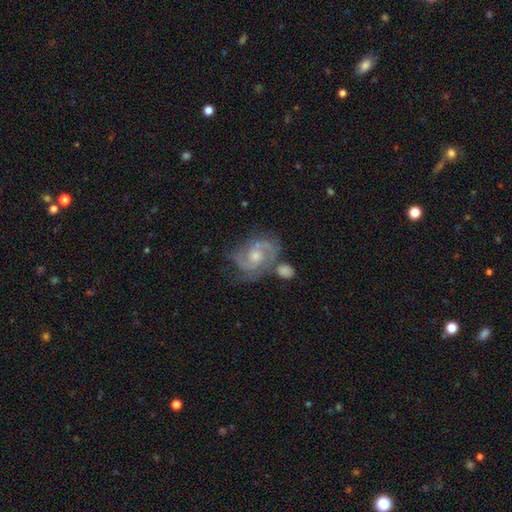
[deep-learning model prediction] featured or disk 87%, star or artifact 7%, smooth 7%. Down the decision tree: edge-on disk — no (98%); bar — no (60%); spiral arms — yes (97%); spiral arm count — 2 (70%); spiral winding — medium (47%); bulge size — moderate (62%); merging — none (59%).